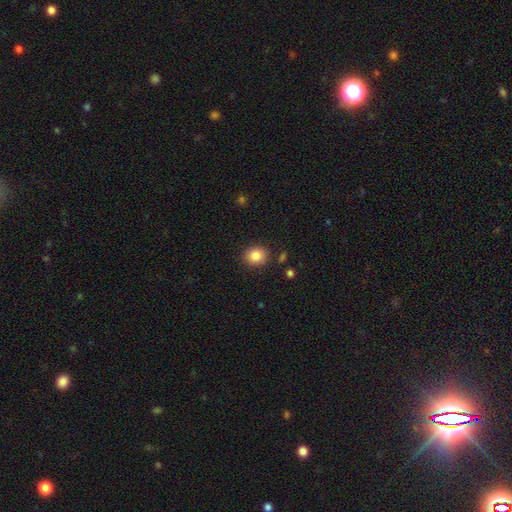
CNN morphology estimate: A smooth galaxy with no disk features (86%) that is round (72%). Merging: none (86%).